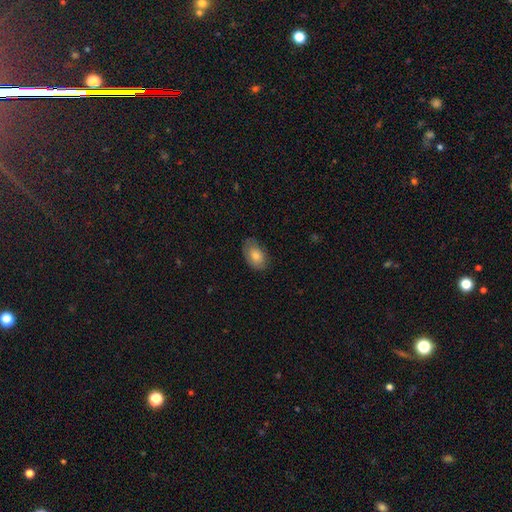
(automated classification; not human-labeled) This is likely a smooth galaxy (74%). How rounded: clearly in between (89%). Merging: likely none (75%).